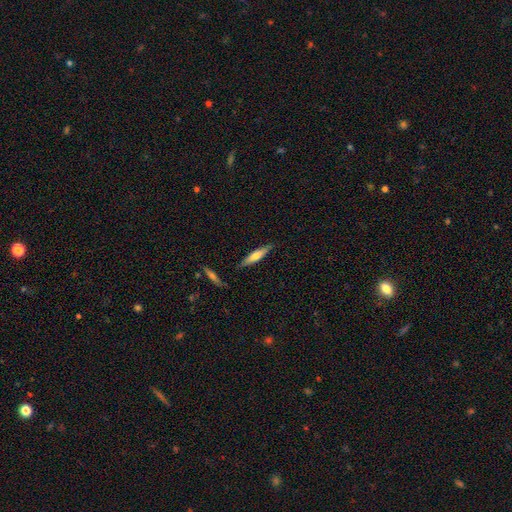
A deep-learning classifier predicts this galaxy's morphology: A smooth galaxy with no disk features (50%) that is cigar-shaped (83%).

Vote fractions:
- Smooth or featured? smooth: 50% / featured or disk: 44% / star or artifact: 6%
- How rounded? cigar-shaped: 83% / in between: 16% / round: 2%
- Merging? none: 83% / minor disturbance: 12% / merger: 3% / major disturbance: 2%